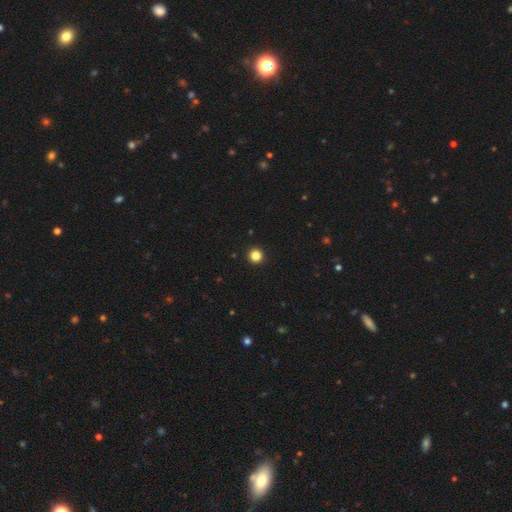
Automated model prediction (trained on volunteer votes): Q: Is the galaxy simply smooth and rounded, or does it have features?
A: smooth — 85%.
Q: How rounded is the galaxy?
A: round — 96%.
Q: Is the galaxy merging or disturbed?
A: none — 94%.